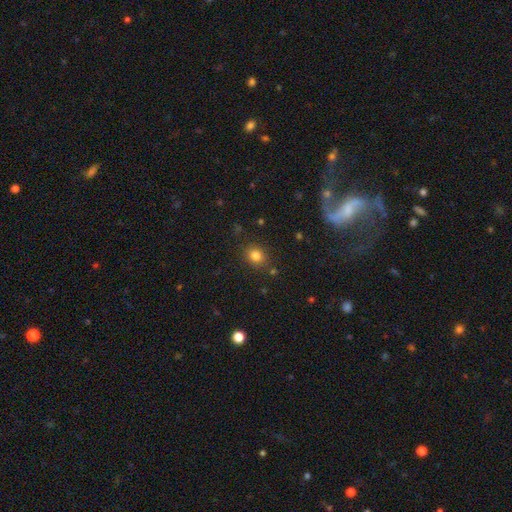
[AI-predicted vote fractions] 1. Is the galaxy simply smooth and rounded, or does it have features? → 80% smooth, 13% star or artifact, 6% featured or disk.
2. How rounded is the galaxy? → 71% round, 28% in between, 1% cigar-shaped.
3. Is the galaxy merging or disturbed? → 84% none, 10% minor disturbance, 3% major disturbance, 3% merger.